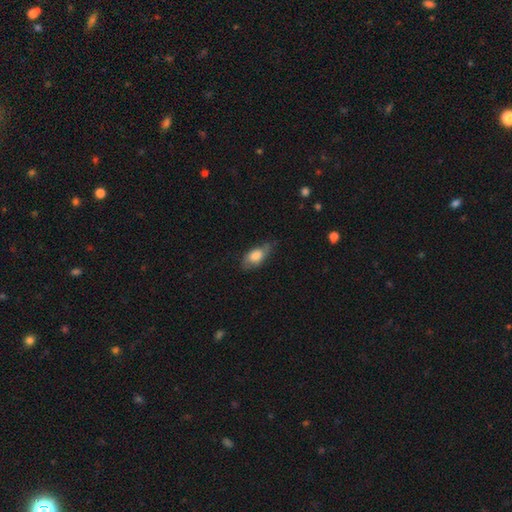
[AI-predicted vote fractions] smooth-or-featured: smooth: 72% | featured or disk: 21% | star or artifact: 7%
  how-rounded: in between: 86% | cigar-shaped: 10% | round: 4%
  merging: none: 60% | minor disturbance: 31% | major disturbance: 8% | merger: 2%